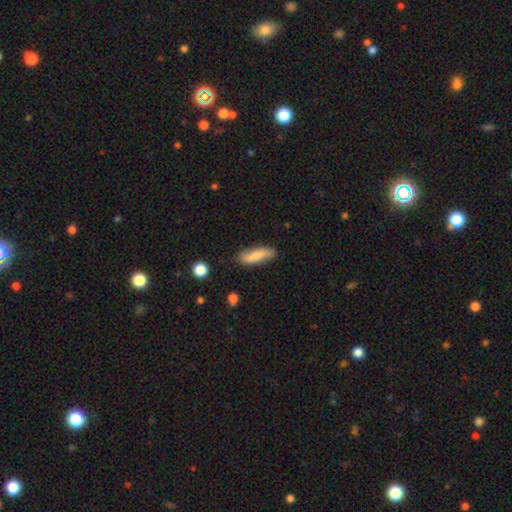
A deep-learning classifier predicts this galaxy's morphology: smooth 78%, featured or disk 15%, star or artifact 6%. Down the decision tree: how rounded — cigar-shaped (57%); merging — none (73%).